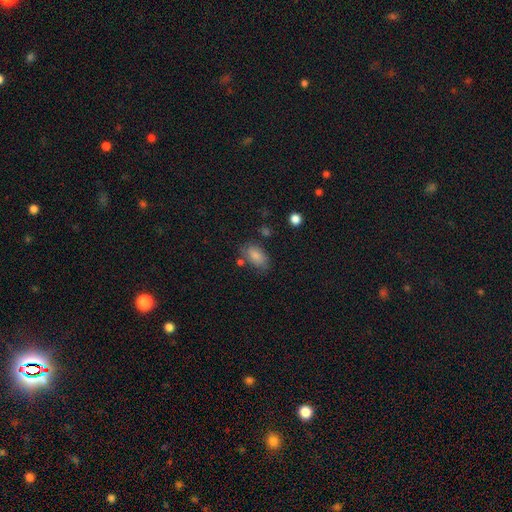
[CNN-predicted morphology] A smooth galaxy with no disk features (80%) that is in between round and cigar-shaped (90%).

Vote fractions:
- Smooth or featured? smooth: 80% / featured or disk: 12% / star or artifact: 8%
- How rounded? in between: 90% / round: 7% / cigar-shaped: 2%
- Merging? none: 67% / minor disturbance: 20% / merger: 7% / major disturbance: 6%